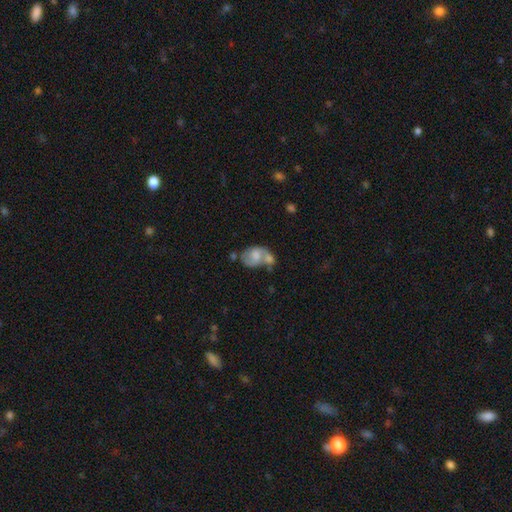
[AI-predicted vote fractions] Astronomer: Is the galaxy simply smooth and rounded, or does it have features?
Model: smooth — 49% (runner-up: featured or disk, 43%).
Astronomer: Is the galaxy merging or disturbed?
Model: merger — 48% (runner-up: none, 24%).